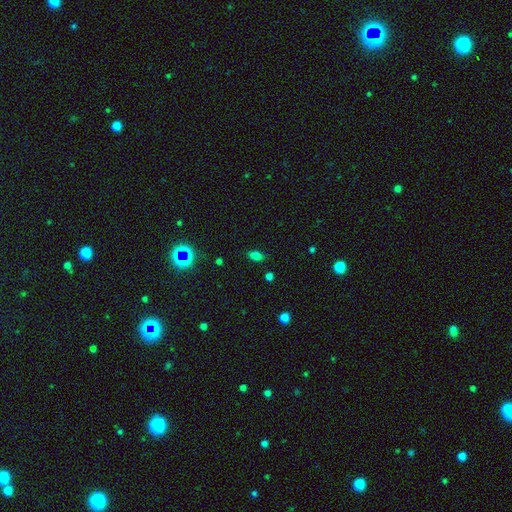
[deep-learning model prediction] Smooth or featured: smooth — 73% (star or artifact — 20%)
How rounded: in between — 86% (round — 10%)
Merging: none — 84% (minor disturbance — 11%)